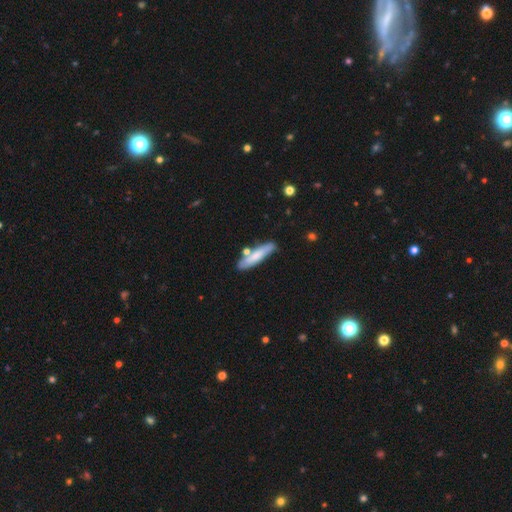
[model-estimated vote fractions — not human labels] smooth-or-featured: smooth: 69% | featured or disk: 25% | star or artifact: 6%
  how-rounded: cigar-shaped: 81% | in between: 17% | round: 2%
  merging: none: 72% | minor disturbance: 15% | merger: 10% | major disturbance: 3%